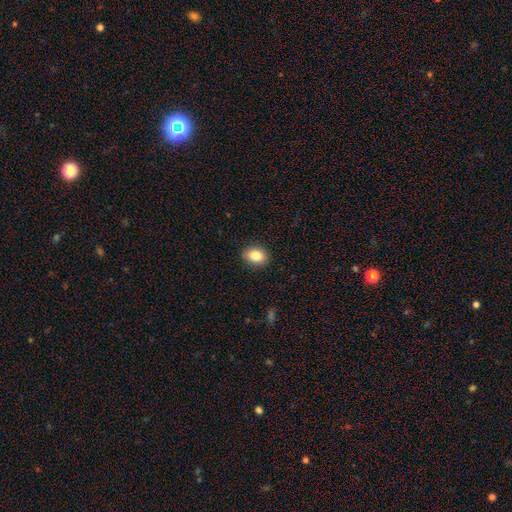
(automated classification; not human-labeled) The model was most divided on "how rounded": in between: 68%, round: 31%, cigar-shaped: 1%. More confident: merging — none (88%); smooth or featured — smooth (85%).